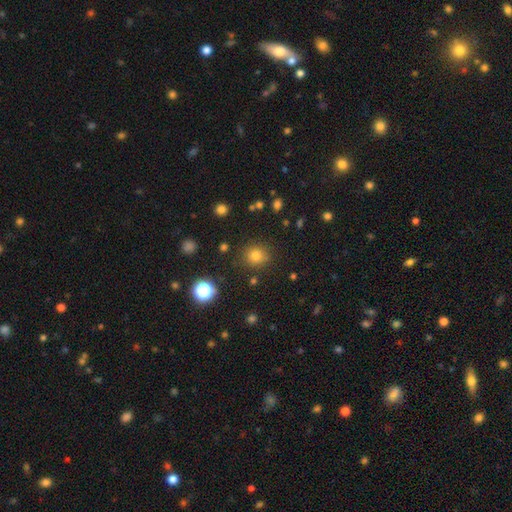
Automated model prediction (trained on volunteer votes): A smooth galaxy with no disk features (77%) that is round (85%). Merging: none (85%).